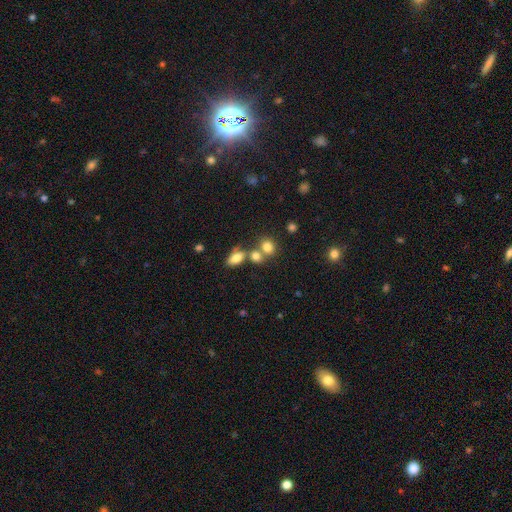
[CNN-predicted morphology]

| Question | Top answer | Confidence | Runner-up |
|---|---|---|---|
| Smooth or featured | star or artifact | 55% | smooth (34%) |